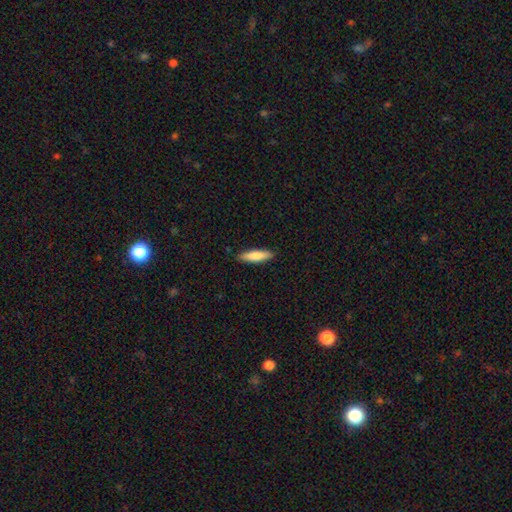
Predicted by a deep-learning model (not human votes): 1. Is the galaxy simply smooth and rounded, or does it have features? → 81% smooth, 14% featured or disk, 5% star or artifact.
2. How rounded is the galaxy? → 72% cigar-shaped, 27% in between, 1% round.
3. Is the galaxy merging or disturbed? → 89% none, 8% minor disturbance, 2% major disturbance, 1% merger.